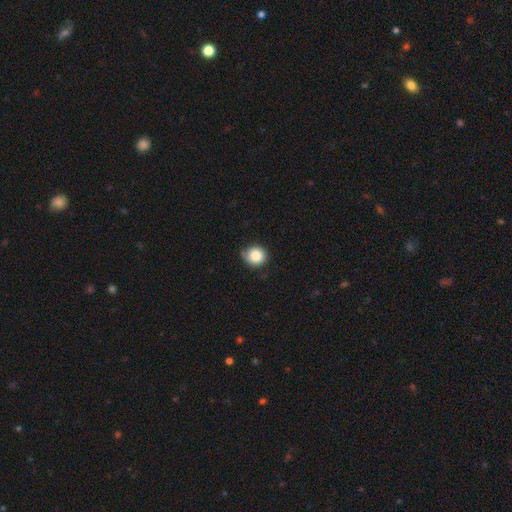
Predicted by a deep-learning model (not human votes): This is clearly a smooth galaxy (84%). How rounded: clearly round (85%). Merging: likely none (68%).